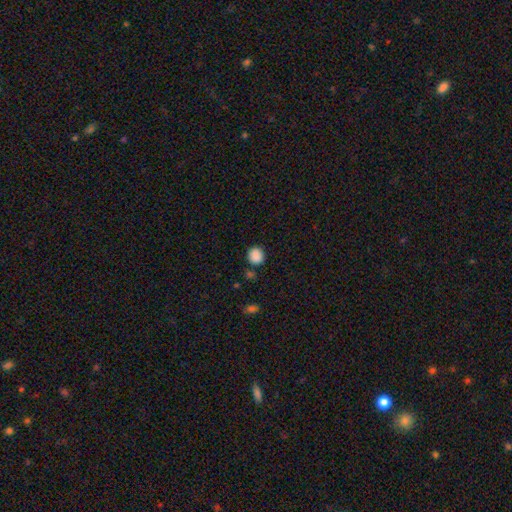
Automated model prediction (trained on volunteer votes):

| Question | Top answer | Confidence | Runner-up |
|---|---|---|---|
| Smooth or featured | smooth | 87% | star or artifact (10%) |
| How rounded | round | 87% | in between (12%) |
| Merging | none | 82% | minor disturbance (10%) |